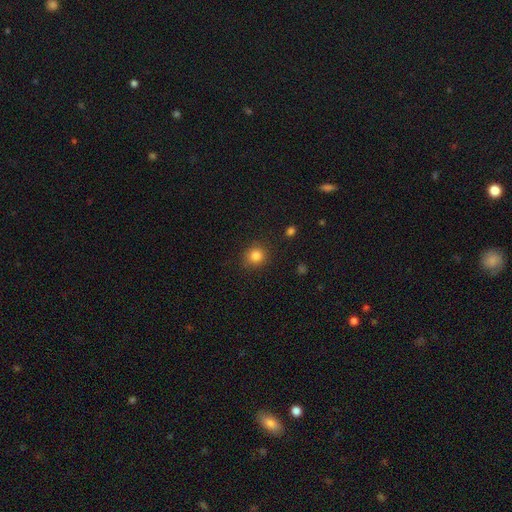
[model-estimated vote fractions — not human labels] This is clearly a smooth galaxy (84%). How rounded: clearly round (87%). Merging: clearly none (87%).